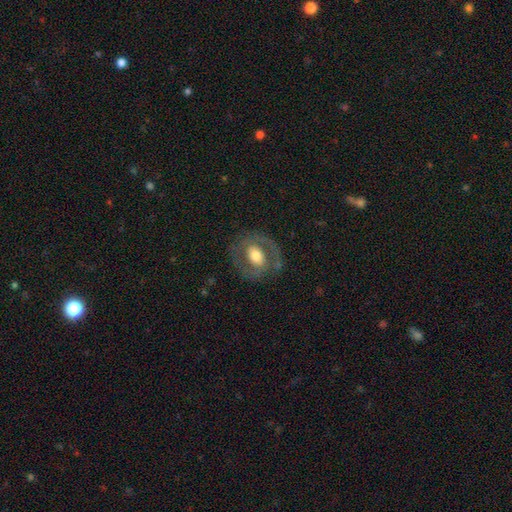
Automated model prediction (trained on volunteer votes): This is possibly a featured or disk galaxy (59%). It is clearly not viewed edge-on (95%). Bar: possibly no (51%). Spiral arm pattern: possibly no (50%, tied with yes). Central bulge: possibly moderate (60%). Merging: likely none (73%).